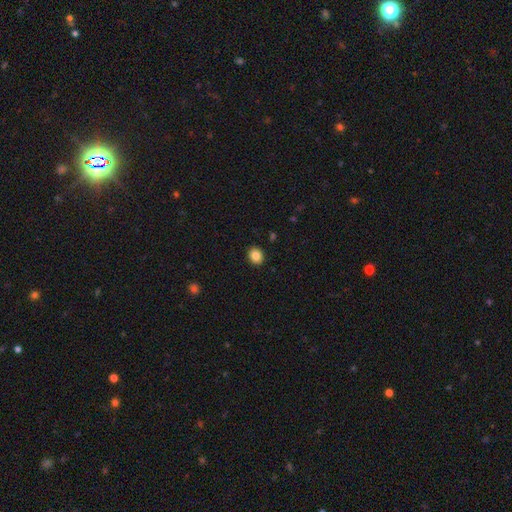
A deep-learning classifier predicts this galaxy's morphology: Overall: smooth (86%). How rounded: round (73%). Merging: none (91%).